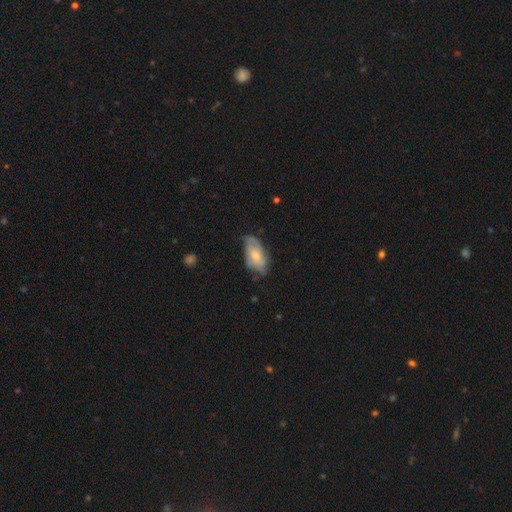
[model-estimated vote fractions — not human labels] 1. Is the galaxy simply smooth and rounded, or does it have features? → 60% smooth, 34% featured or disk, 6% star or artifact.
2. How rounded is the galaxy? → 93% in between, 4% round, 4% cigar-shaped.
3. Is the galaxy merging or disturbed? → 50% none, 36% minor disturbance, 12% major disturbance, 2% merger.